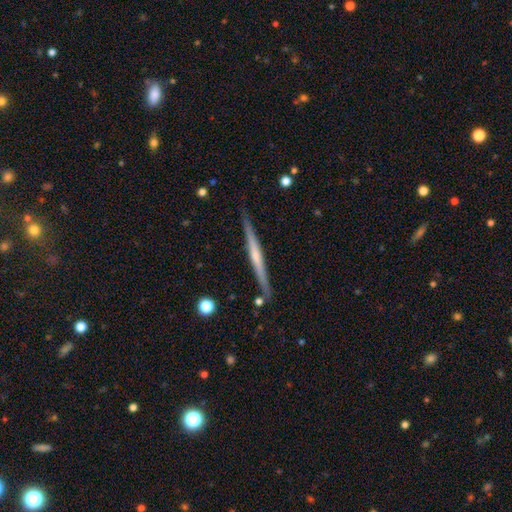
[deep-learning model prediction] Overall: featured or disk (64%; smooth 30%). Edge-on disk: yes (98%). Edge-on bulge: none (54%; rounded 37%). Merging: none (87%).